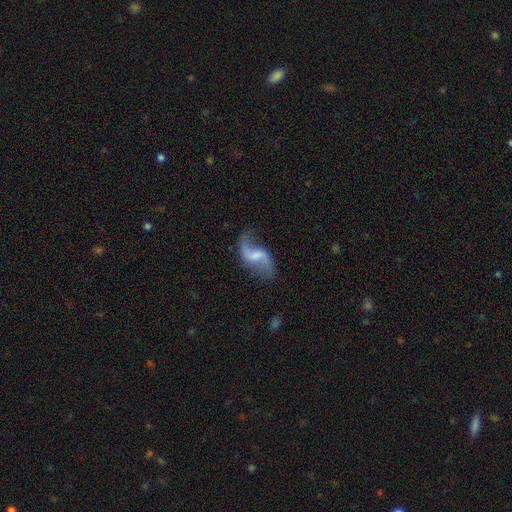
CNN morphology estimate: smooth-or-featured: featured or disk: 85% | smooth: 9% | star or artifact: 6%
  disk-edge-on: no: 97% | yes: 3%
    bar: weak: 54% | no: 23% | strong: 23%
    has-spiral-arms: yes: 94% | no: 6%
      spiral-winding: loose: 85% | medium: 12% | tight: 3%
      spiral-arm-count: 2: 92% | 1: 4% | can't tell: 2% | 3: 1% | 4: 1% | more than 4: 1%
    bulge-size: small: 40% | none: 34% | moderate: 22% | large: 3% | dominant: 1%
  merging: none: 71% | minor disturbance: 16% | major disturbance: 10% | merger: 3%